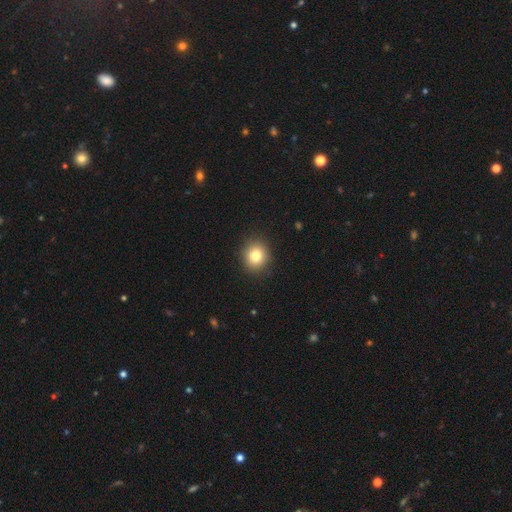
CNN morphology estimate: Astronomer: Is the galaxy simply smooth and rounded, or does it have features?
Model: smooth — 80%.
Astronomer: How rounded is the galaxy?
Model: round — 82%.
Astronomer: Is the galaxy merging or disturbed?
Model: none — 91%.